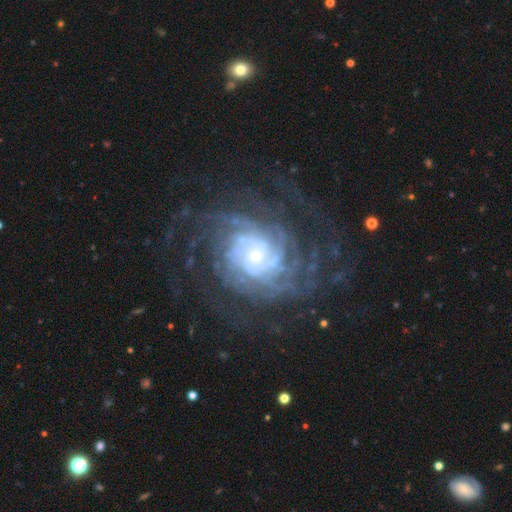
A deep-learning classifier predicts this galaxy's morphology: Smooth or featured?
  - featured or disk: 89% *
  - star or artifact: 6%
  - smooth: 5%
Edge-on disk?
  - no: 97% *
  - yes: 3%
Bar?
  - no: 64% *
  - weak: 28%
  - strong: 8%
Spiral arms?
  - yes: 97% *
  - no: 3%
Spiral winding?
  - tight: 69% *
  - medium: 24%
  - loose: 7%
Spiral arm count?
  - can't tell: 27% *
  - more than 4: 25%
  - 4: 15%
  - 2: 12%
  - 3: 11%
  - 1: 9%
Bulge size?
  - small: 58% *
  - moderate: 31%
  - large: 7%
  - none: 2%
  - dominant: 1%
Merging?
  - none: 72% *
  - major disturbance: 13%
  - minor disturbance: 13%
  - merger: 2%